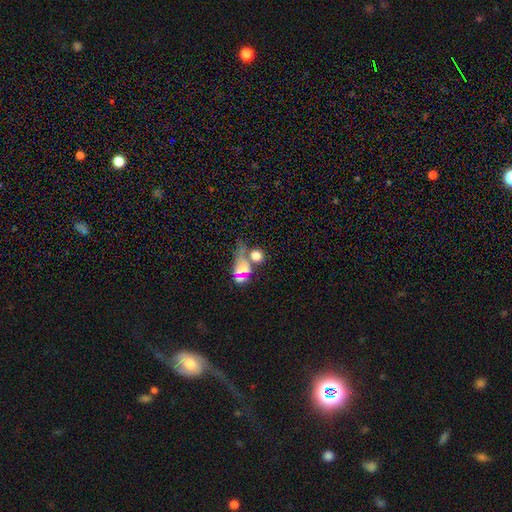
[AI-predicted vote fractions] smooth-or-featured: smooth: 68% | star or artifact: 20% | featured or disk: 12%
  how-rounded: round: 67% | in between: 30% | cigar-shaped: 3%
  merging: none: 44% | merger: 33% | minor disturbance: 11% | major disturbance: 11%